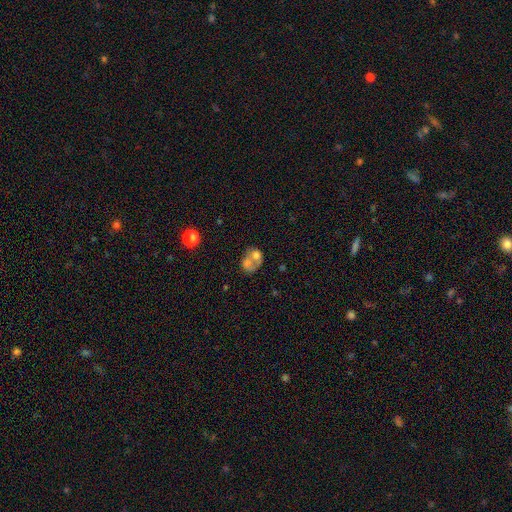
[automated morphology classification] Smooth or featured: smooth — 58% (featured or disk — 31%)
How rounded: round — 50% (in between — 49%)
Merging: merger — 66% (none — 17%)